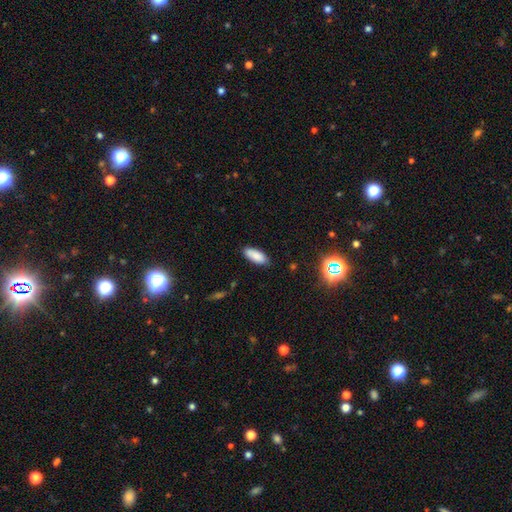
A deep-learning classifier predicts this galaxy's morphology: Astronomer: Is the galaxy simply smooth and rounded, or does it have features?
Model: smooth — 86%.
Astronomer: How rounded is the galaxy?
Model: in between — 81%.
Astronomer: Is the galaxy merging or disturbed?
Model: none — 84%.